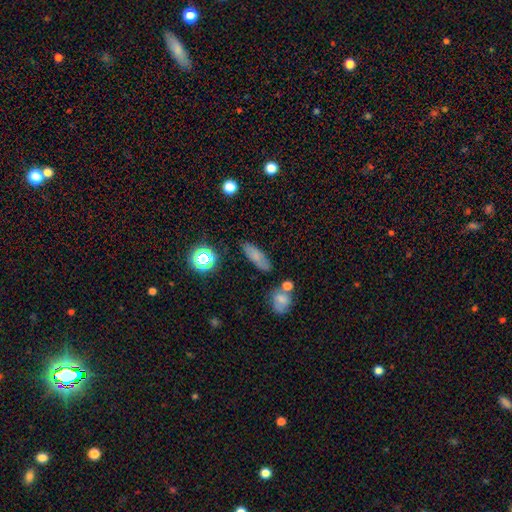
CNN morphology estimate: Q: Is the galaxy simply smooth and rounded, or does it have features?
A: smooth — 73%.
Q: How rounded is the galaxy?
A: in between — 58%.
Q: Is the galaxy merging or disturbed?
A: none — 78%.